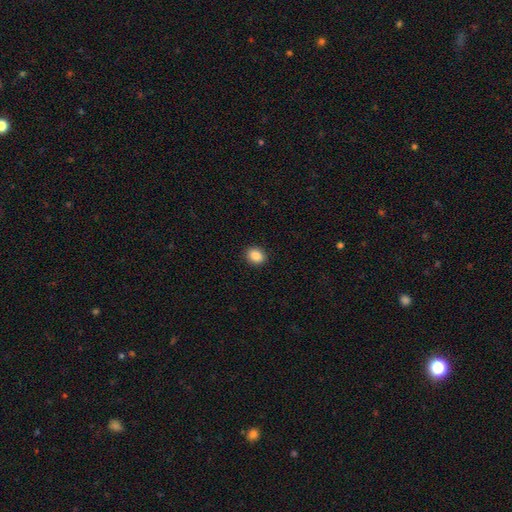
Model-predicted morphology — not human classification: Smooth or featured? smooth (88%)
How rounded? round (57%)
Merging? none (91%)